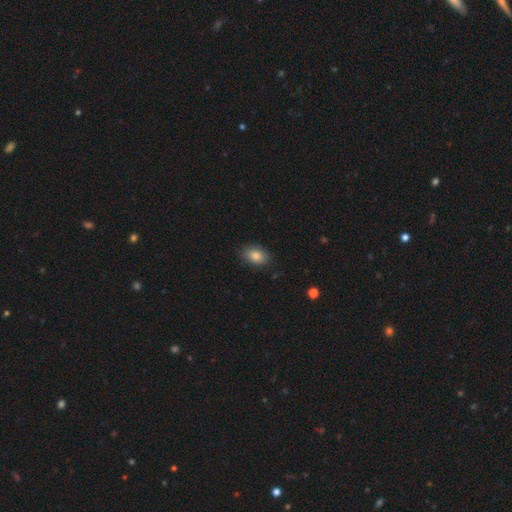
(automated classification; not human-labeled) smooth 83%, featured or disk 8%, star or artifact 8%. Down the decision tree: how rounded — in between (83%); merging — none (82%).